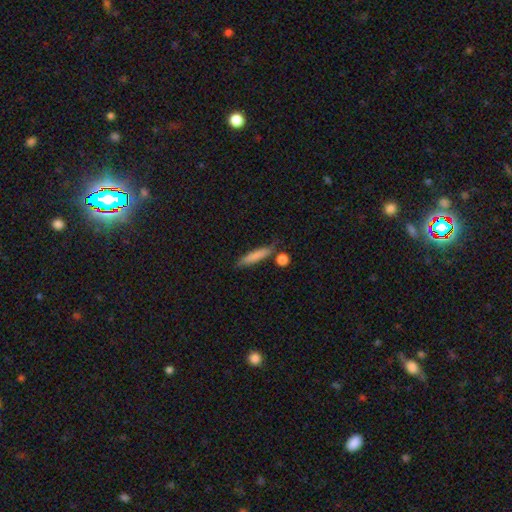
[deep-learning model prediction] Smooth or featured?
  - smooth: 80% *
  - featured or disk: 13%
  - star or artifact: 7%
How rounded?
  - cigar-shaped: 85% *
  - in between: 13%
  - round: 2%
Merging?
  - none: 73% *
  - minor disturbance: 15%
  - merger: 8%
  - major disturbance: 4%